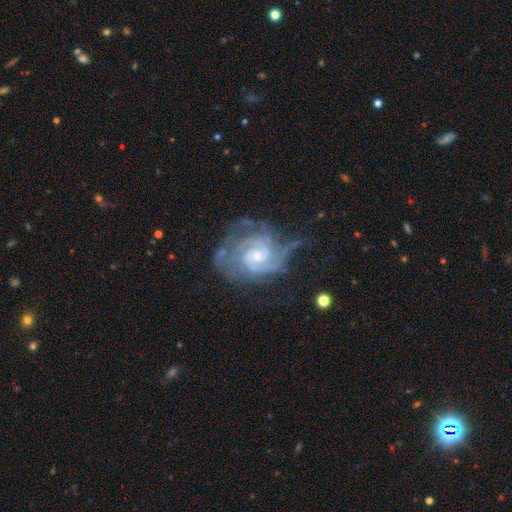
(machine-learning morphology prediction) This is clearly a featured or disk galaxy (86%). It is clearly not viewed edge-on (98%). Bar: possibly no (52%). Spiral arm pattern: clearly yes (96%). Spiral arm count: marginally 2 (34%). Spiral winding: possibly tight (60%). Central bulge: possibly small (51%). Merging: likely none (61%).